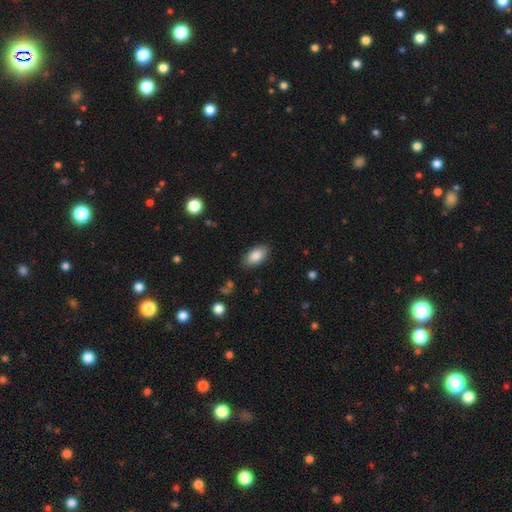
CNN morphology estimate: Smooth or featured?
  - smooth: 84% *
  - featured or disk: 8%
  - star or artifact: 7%
How rounded?
  - in between: 93% *
  - round: 4%
  - cigar-shaped: 3%
Merging?
  - none: 87% *
  - minor disturbance: 10%
  - major disturbance: 2%
  - merger: 1%